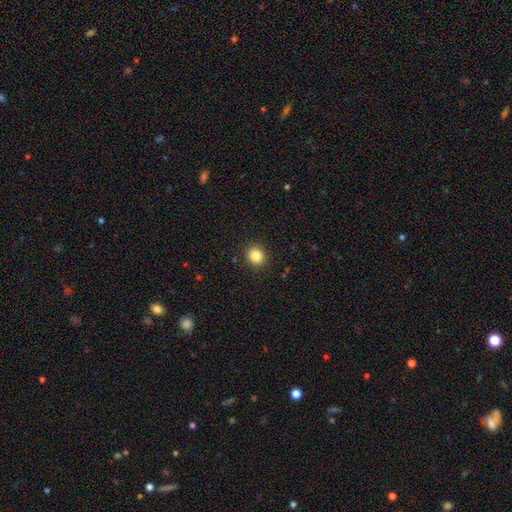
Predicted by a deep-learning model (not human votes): This appears to be a smooth galaxy with no disk features (84%) that is round (81%). Merging: none (91%).